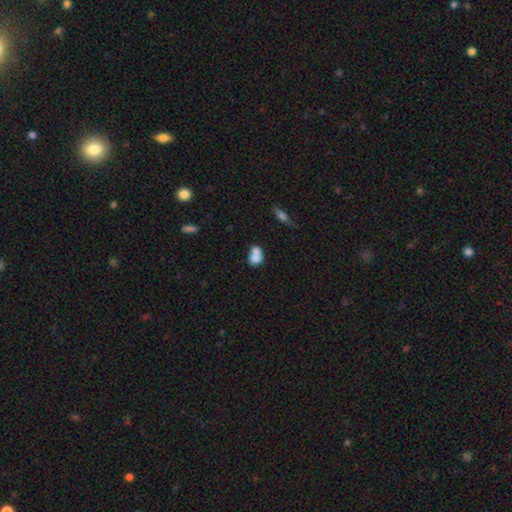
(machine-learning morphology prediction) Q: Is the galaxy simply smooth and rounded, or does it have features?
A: smooth — 75%.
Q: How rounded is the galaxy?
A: in between — 64%.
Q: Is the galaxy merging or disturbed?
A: merger — 56%.